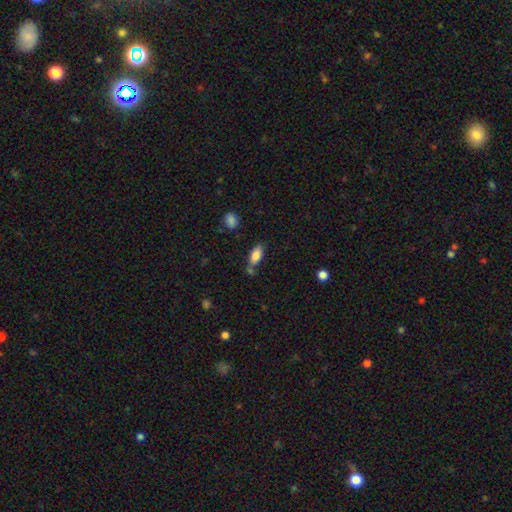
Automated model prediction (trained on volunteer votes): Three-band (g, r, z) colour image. It shows a smooth galaxy with no disk features (83%) that is in between round and cigar-shaped (86%). Merging: none (60%).